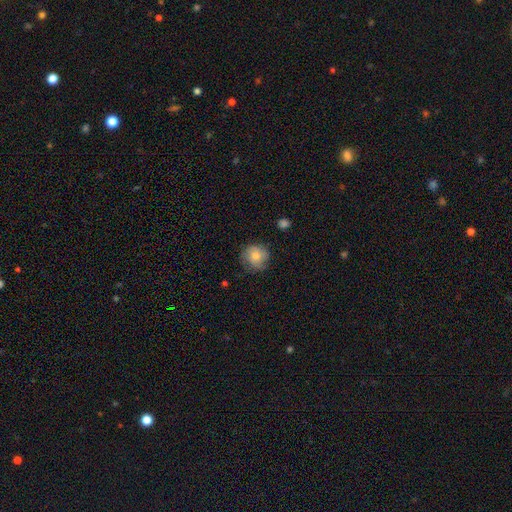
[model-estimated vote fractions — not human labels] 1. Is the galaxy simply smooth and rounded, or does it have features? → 77% smooth, 15% featured or disk, 8% star or artifact.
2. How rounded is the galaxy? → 90% round, 9% in between, 1% cigar-shaped.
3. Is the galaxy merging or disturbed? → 74% none, 20% minor disturbance, 5% major disturbance, 1% merger.